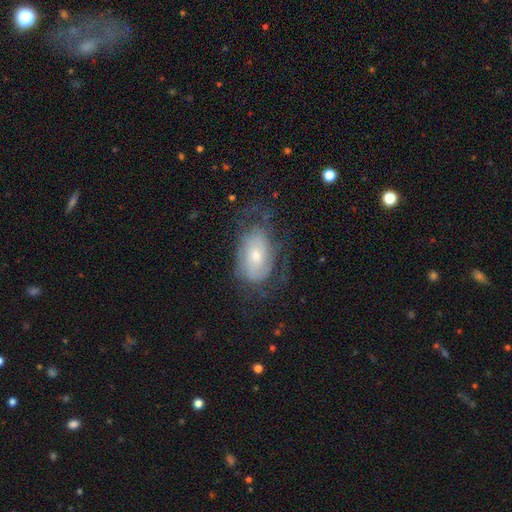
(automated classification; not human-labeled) This is likely a featured or disk galaxy (62%). It is clearly not viewed edge-on (94%). Bar: likely no (71%). Spiral arm pattern: likely yes (78%). Central bulge: possibly small (48%). Merging: possibly none (54%).